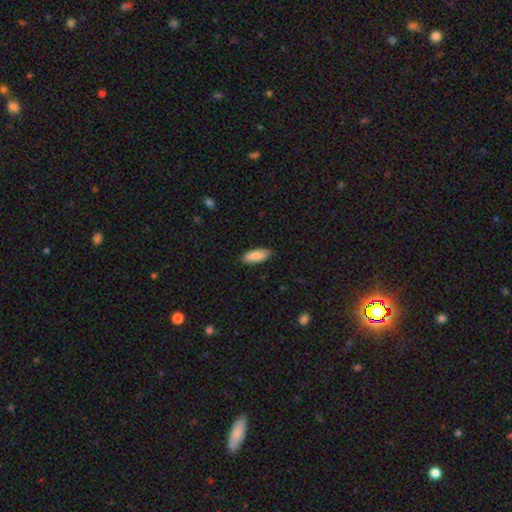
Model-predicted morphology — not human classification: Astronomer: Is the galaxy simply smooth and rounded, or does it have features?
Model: smooth — 89%.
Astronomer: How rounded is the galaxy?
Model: in between — 74%.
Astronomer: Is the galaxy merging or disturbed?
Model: none — 88%.